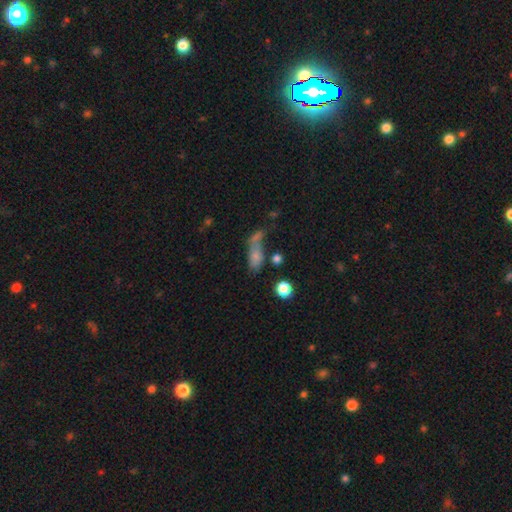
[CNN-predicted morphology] A smooth galaxy with no disk features (66%) that is in between round and cigar-shaped (70%). Merging: merger (29%).